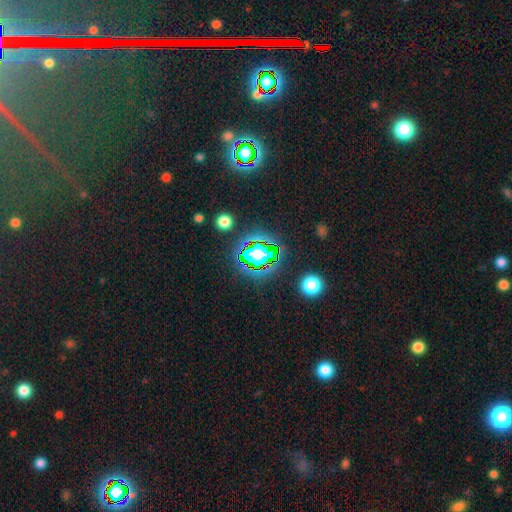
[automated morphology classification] type=star or artifact (77%).